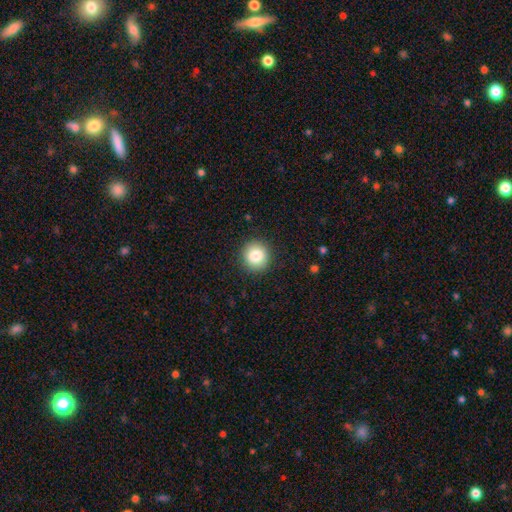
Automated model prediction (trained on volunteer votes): A smooth galaxy with no disk features (85%) that is round (92%). Merging: none (91%).